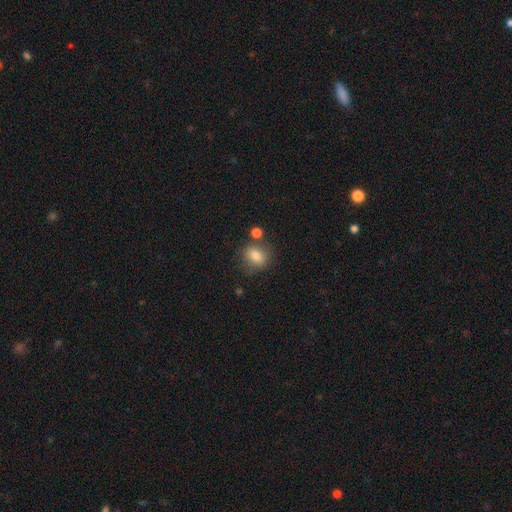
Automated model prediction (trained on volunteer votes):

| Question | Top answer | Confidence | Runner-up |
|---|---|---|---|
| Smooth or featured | smooth | 79% | featured or disk (11%) |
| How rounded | round | 55% | in between (43%) |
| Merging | none | 69% | minor disturbance (14%) |